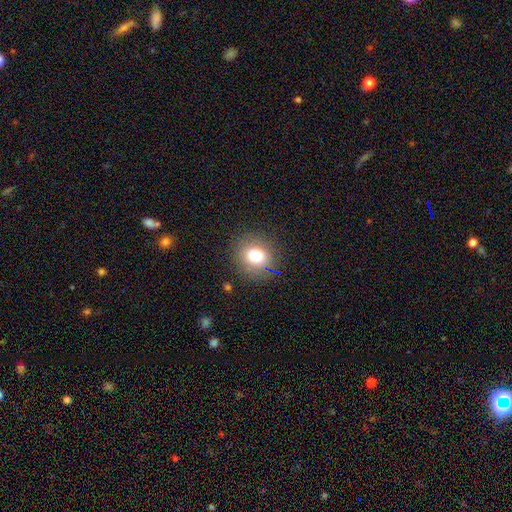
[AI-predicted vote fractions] smooth_or_featured: smooth (p=0.77) [alt: star or artifact p=0.13]
how_rounded: round (p=0.76) [alt: in between p=0.23]
merging: none (p=0.84) [alt: minor disturbance p=0.10]